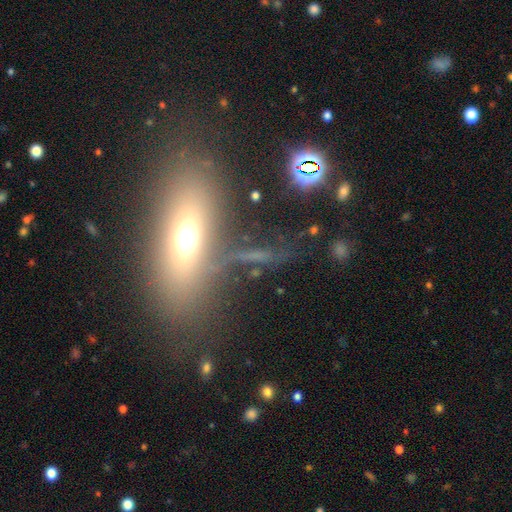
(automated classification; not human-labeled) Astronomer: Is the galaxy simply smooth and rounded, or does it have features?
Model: smooth — 43% (runner-up: featured or disk, 29%).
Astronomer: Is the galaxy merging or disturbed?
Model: none — 68%.